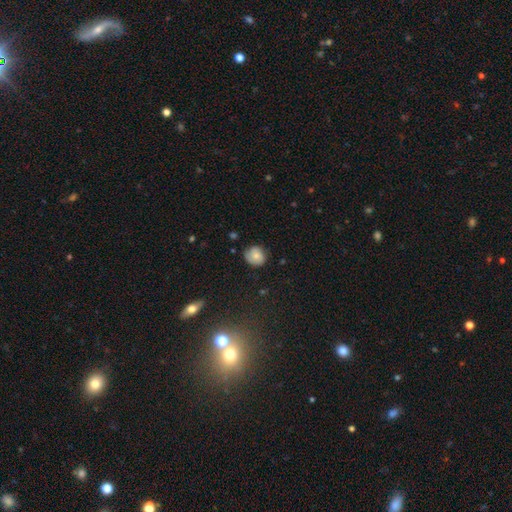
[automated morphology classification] smooth 68%, featured or disk 23%, star or artifact 9%. Down the decision tree: how rounded — round (80%); merging — none (71%).